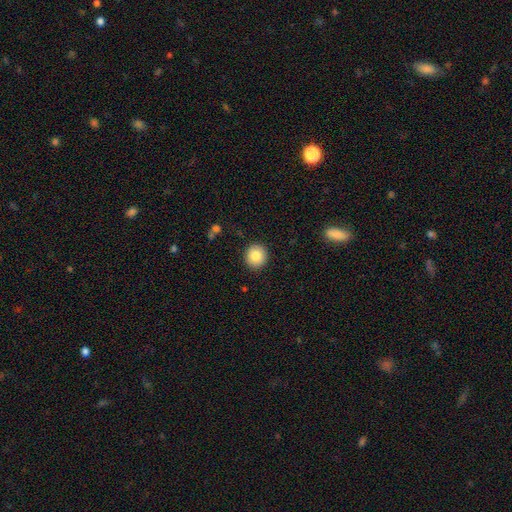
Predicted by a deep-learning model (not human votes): A smooth galaxy with no disk features (84%) that is round (91%).

Vote fractions:
- Smooth or featured? smooth: 84% / star or artifact: 8% / featured or disk: 8%
- How rounded? round: 91% / in between: 8% / cigar-shaped: 1%
- Merging? none: 91% / minor disturbance: 6% / major disturbance: 2% / merger: 1%